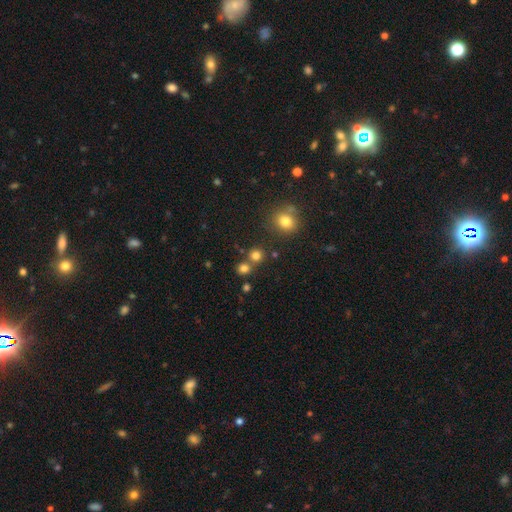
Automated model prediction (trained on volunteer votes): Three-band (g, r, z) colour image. It shows a smooth galaxy with no disk features (77%) that is round (89%). Merging: none (68%).